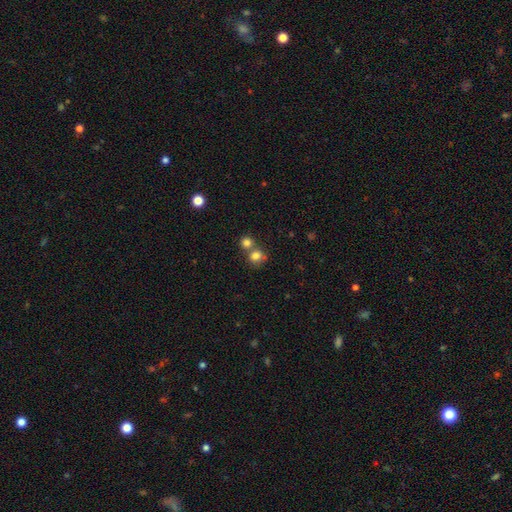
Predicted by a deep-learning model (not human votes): Smooth or featured?
  - smooth: 79% *
  - star or artifact: 12%
  - featured or disk: 9%
How rounded?
  - round: 80% *
  - in between: 19%
  - cigar-shaped: 1%
Merging?
  - none: 45% *
  - merger: 44%
  - minor disturbance: 8%
  - major disturbance: 3%